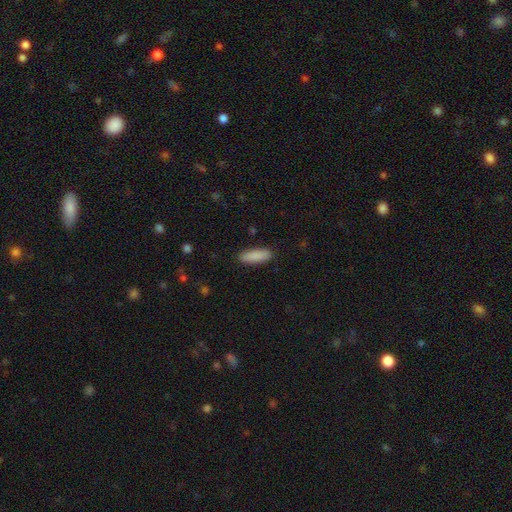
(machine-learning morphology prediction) This is clearly a smooth galaxy (89%). How rounded: possibly in between (53%). Merging: clearly none (89%).